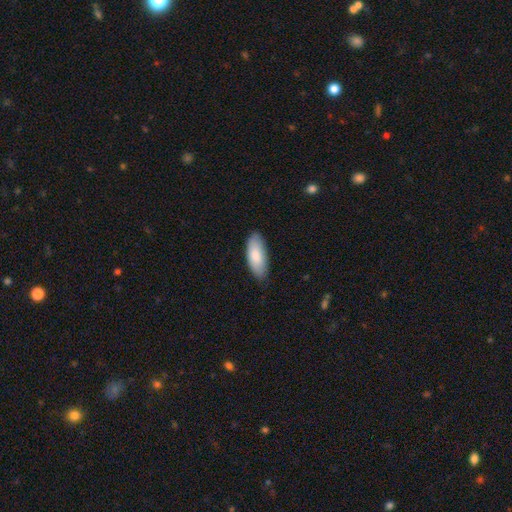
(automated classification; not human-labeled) A smooth galaxy with no disk features (83%) that is in between round and cigar-shaped (83%). Merging: none (83%).